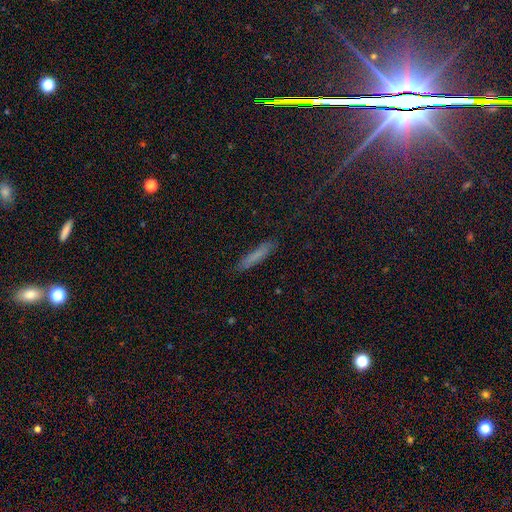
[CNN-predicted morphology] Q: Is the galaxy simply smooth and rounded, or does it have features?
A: smooth — 72%.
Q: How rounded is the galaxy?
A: cigar-shaped — 91%.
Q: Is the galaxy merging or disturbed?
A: none — 86%.